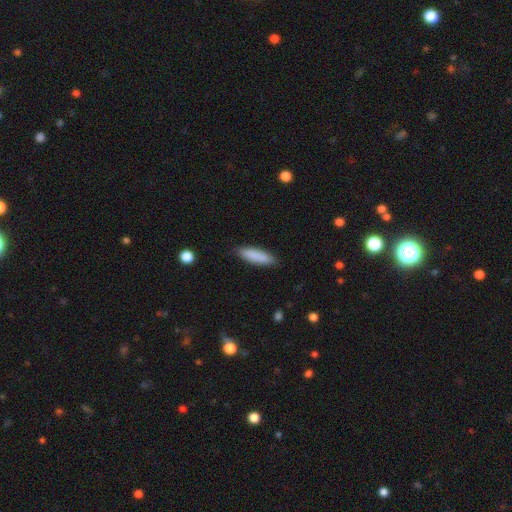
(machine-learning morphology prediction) The model was most divided on "how rounded": cigar-shaped: 65%, in between: 34%, round: 1%. More confident: smooth or featured — smooth (87%); merging — none (86%).